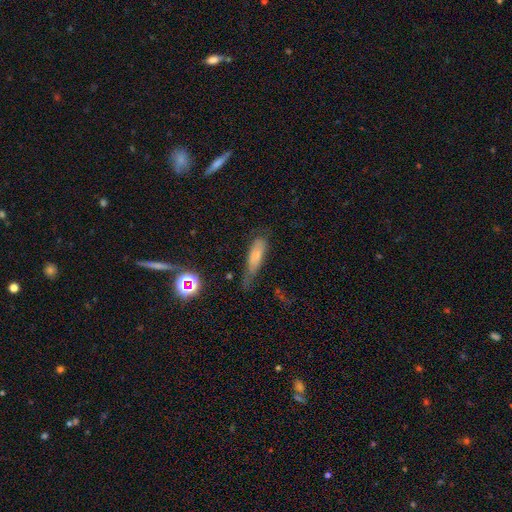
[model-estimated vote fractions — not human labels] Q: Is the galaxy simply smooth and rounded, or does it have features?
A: smooth — 70%.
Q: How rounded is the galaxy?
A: cigar-shaped — 51%.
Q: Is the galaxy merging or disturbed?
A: none — 38%, tied with minor disturbance.